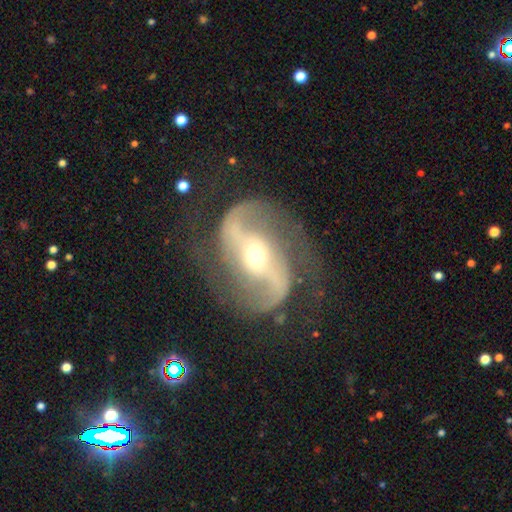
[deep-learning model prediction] This is clearly a featured or disk galaxy (92%). It is clearly not viewed edge-on (97%). Bar: possibly strong (50%). Spiral arm pattern: clearly yes (97%). Spiral arm count: clearly 2 (94%). Spiral winding: possibly medium (49%). Central bulge: likely moderate (62%). Merging: likely none (77%).